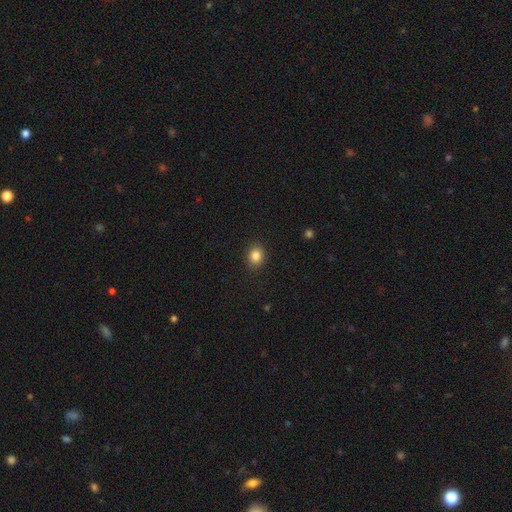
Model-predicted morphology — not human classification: Smooth or featured? Predicted: smooth (p=0.85). How rounded? Predicted: round (p=0.57). Merging? Predicted: none (p=0.89).